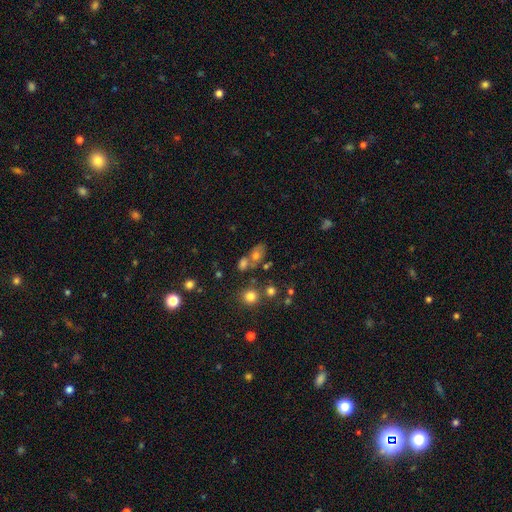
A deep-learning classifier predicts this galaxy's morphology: A smooth galaxy with no disk features (60%) that is in between round and cigar-shaped (69%). Merging: none (44%).